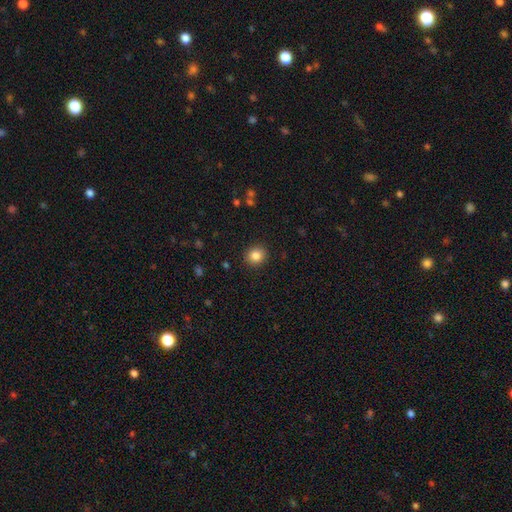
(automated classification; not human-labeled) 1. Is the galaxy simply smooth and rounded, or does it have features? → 84% smooth, 10% star or artifact, 6% featured or disk.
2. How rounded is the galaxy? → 80% round, 20% in between, 1% cigar-shaped.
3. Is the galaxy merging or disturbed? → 91% none, 6% minor disturbance, 2% major disturbance, 1% merger.